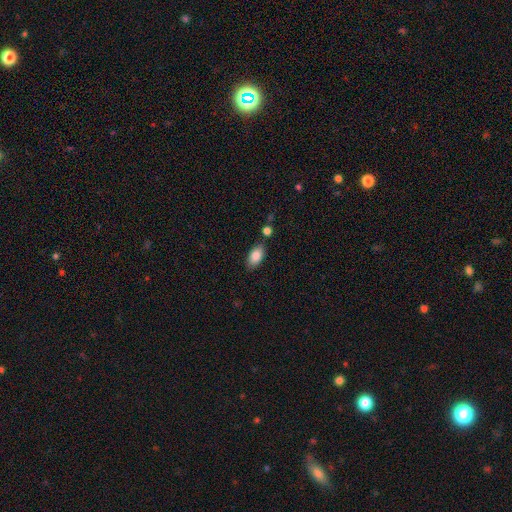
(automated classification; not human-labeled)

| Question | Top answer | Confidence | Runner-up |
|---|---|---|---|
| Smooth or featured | smooth | 86% | featured or disk (7%) |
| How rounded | in between | 93% | cigar-shaped (4%) |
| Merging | none | 76% | minor disturbance (13%) |